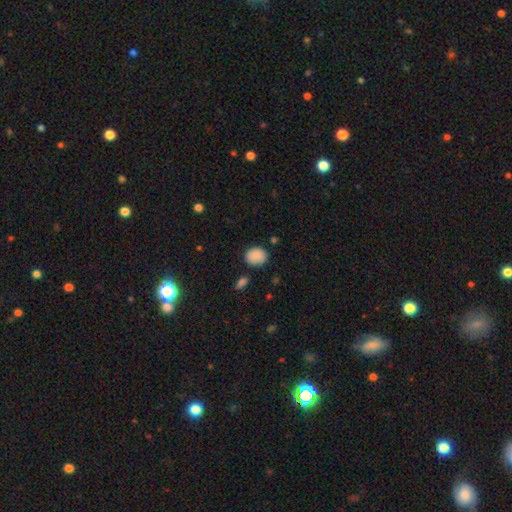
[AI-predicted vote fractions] Smooth or featured? smooth (88%)
How rounded? round (62%)
Merging? none (79%)